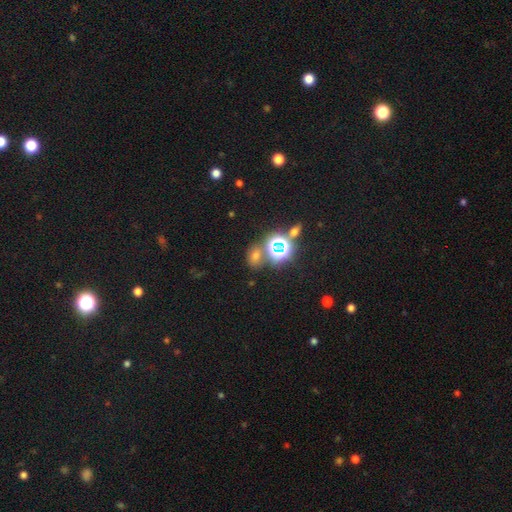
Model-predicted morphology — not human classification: Smooth or featured: star or artifact — 49% (smooth — 42%)